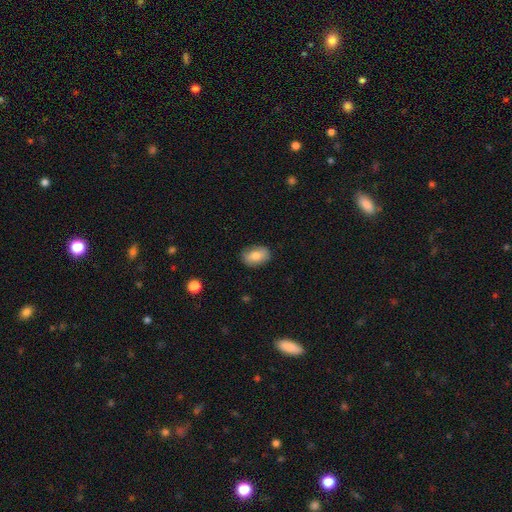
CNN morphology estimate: smooth_or_featured: smooth (p=0.76) [alt: featured or disk p=0.17]
how_rounded: in between (p=0.83) [alt: round p=0.15]
merging: none (p=0.83) [alt: minor disturbance p=0.13]